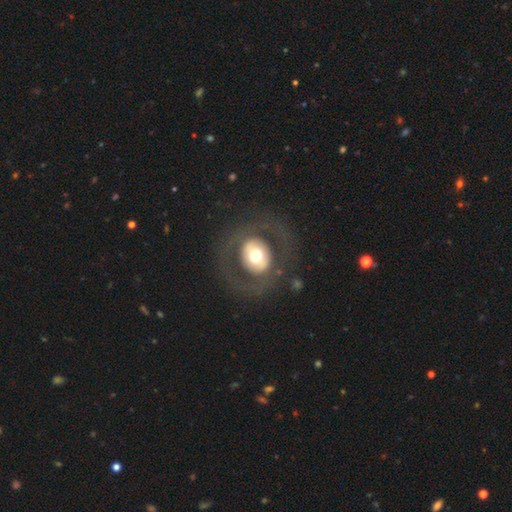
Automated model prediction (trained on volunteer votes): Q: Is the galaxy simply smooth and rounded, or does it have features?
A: featured or disk — 46%, tied with smooth.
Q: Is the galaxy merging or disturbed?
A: none — 77%.